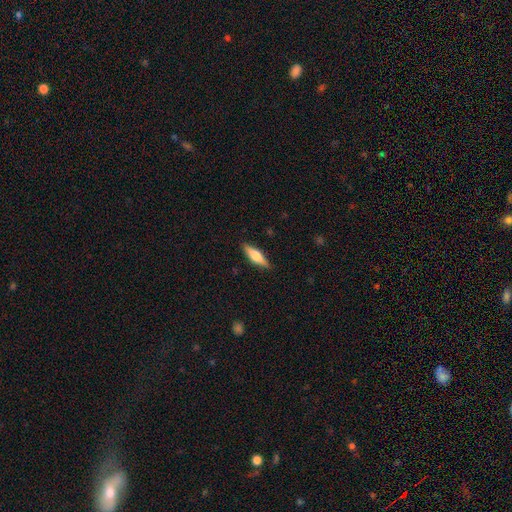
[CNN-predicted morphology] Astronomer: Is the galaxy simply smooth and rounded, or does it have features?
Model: smooth — 54% (runner-up: featured or disk, 40%).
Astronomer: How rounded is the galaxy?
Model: cigar-shaped — 59% (runner-up: in between, 39%).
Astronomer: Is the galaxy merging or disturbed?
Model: none — 88%.